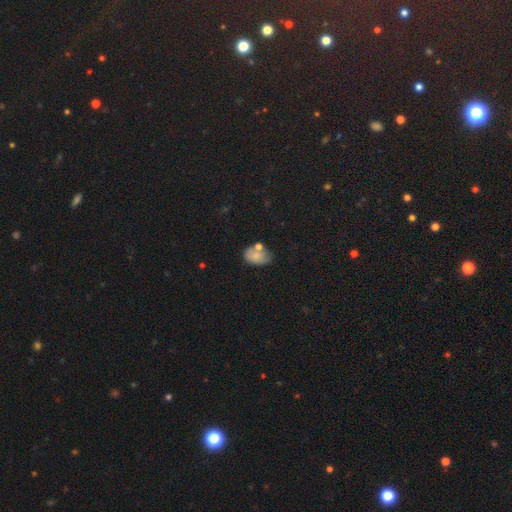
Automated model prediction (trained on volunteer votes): This is likely a smooth galaxy (75%). How rounded: clearly in between (84%). Merging: possibly none (47%).